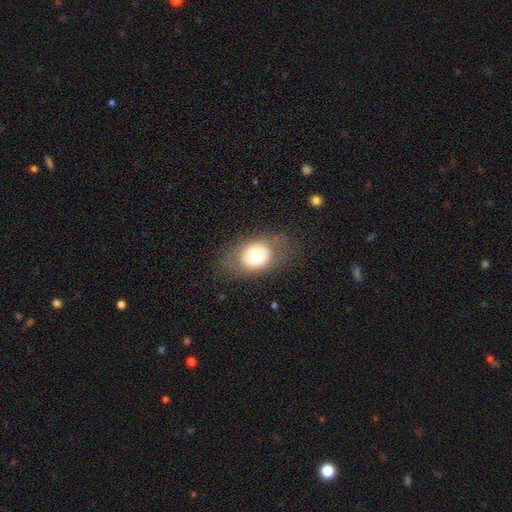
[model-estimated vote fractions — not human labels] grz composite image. It shows a smooth galaxy with no disk features (63%) that is in between round and cigar-shaped (65%). Merging: none (75%).